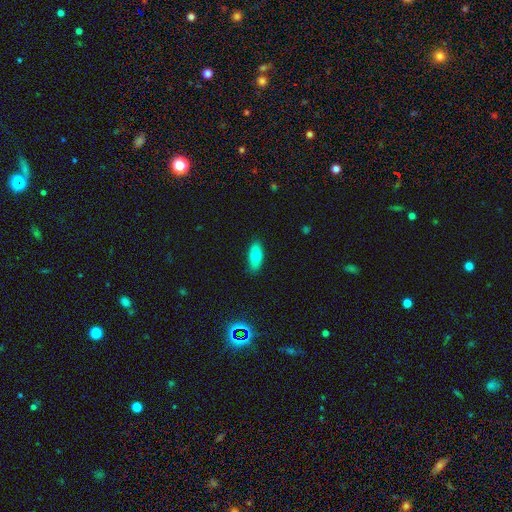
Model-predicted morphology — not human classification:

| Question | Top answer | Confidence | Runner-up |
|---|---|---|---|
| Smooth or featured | smooth | 75% | featured or disk (17%) |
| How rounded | in between | 77% | cigar-shaped (19%) |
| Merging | none | 86% | minor disturbance (11%) |